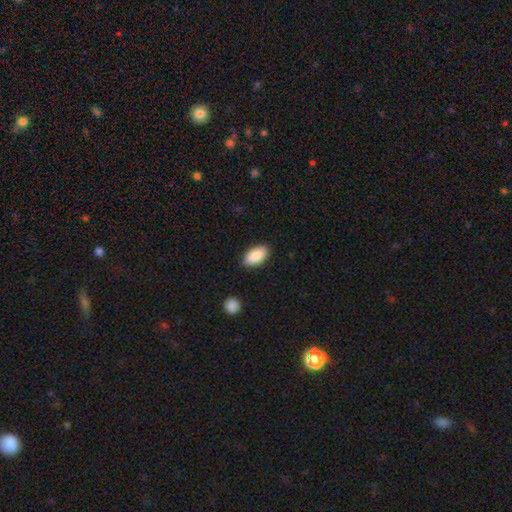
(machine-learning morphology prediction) Q: Smooth or featured?
A: smooth (88%); runner-up: star or artifact (6%)
Q: How rounded?
A: in between (92%); runner-up: cigar-shaped (5%)
Q: Merging?
A: none (86%); runner-up: minor disturbance (10%)